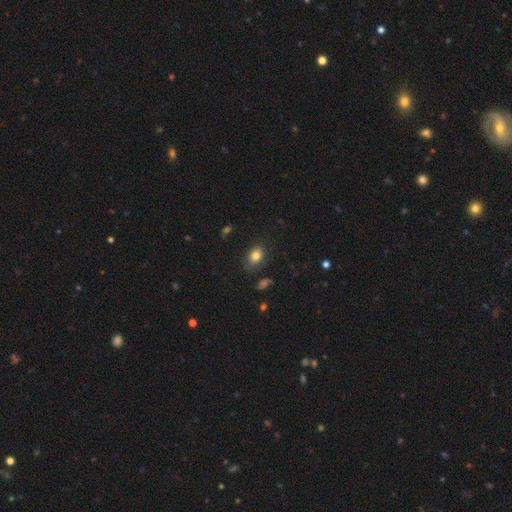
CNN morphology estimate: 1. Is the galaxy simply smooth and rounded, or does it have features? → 81% smooth, 11% star or artifact, 9% featured or disk.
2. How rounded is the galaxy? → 72% in between, 27% round, 1% cigar-shaped.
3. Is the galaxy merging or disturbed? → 75% none, 18% minor disturbance, 5% major disturbance, 2% merger.